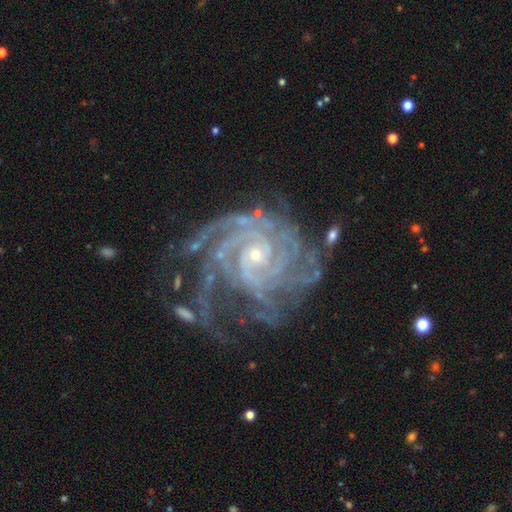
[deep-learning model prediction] smooth_or_featured: featured or disk (p=0.92) [alt: star or artifact p=0.05]
disk_edge_on: no (p=0.98) [alt: yes p=0.02]
bar: no (p=0.63) [alt: weak p=0.26]
has_spiral_arms: yes (p=0.99) [alt: no p=0.01]
spiral_winding: tight (p=0.78) [alt: medium p=0.19]
spiral_arm_count: 4 (p=0.23) [alt: 3 p=0.20]
bulge_size: small (p=0.73) [alt: moderate p=0.23]
merging: none (p=0.53) [alt: minor disturbance p=0.24]